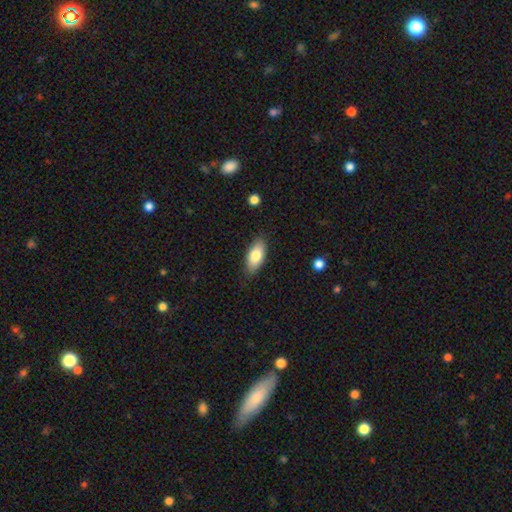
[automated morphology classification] Q: Smooth or featured?
A: smooth (78%); runner-up: featured or disk (16%)
Q: How rounded?
A: in between (86%); runner-up: cigar-shaped (11%)
Q: Merging?
A: none (85%); runner-up: minor disturbance (11%)